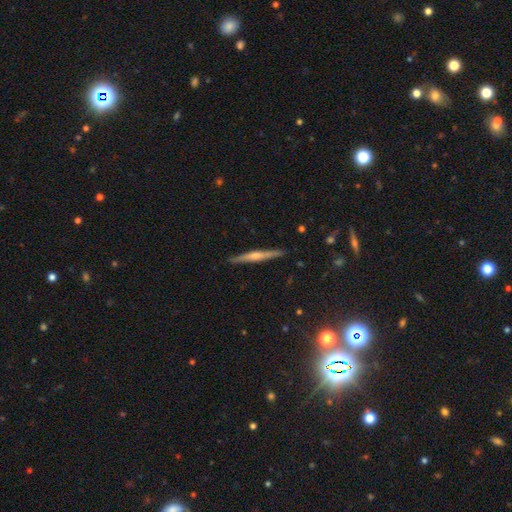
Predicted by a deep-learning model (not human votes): Smooth or featured?
  - featured or disk: 71% *
  - smooth: 22%
  - star or artifact: 7%
Edge-on disk?
  - yes: 98% *
  - no: 2%
Edge-on bulge?
  - rounded: 71% *
  - none: 17%
  - boxy: 12%
Merging?
  - none: 91% *
  - minor disturbance: 6%
  - major disturbance: 1%
  - merger: 1%